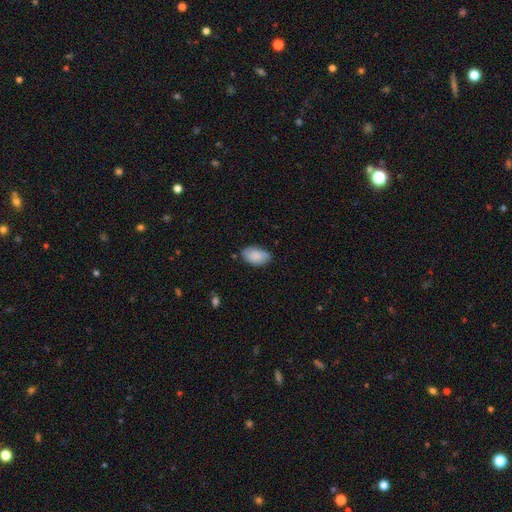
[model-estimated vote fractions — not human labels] Smooth or featured? Predicted: smooth (p=0.83). How rounded? Predicted: in between (p=0.93). Merging? Predicted: none (p=0.71).